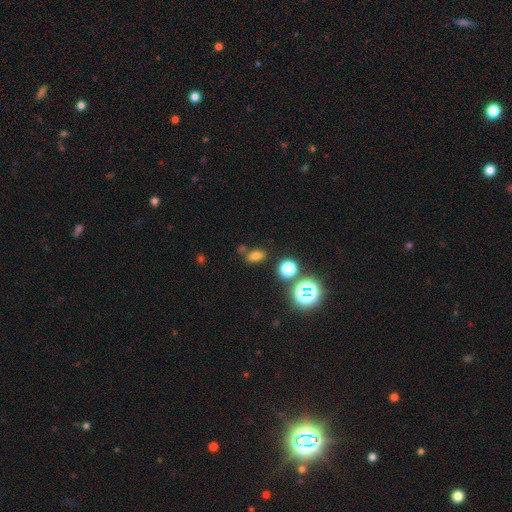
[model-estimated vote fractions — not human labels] smooth-or-featured: smooth: 71% | star or artifact: 22% | featured or disk: 7%
  how-rounded: in between: 78% | round: 19% | cigar-shaped: 3%
  merging: none: 71% | minor disturbance: 12% | merger: 12% | major disturbance: 5%